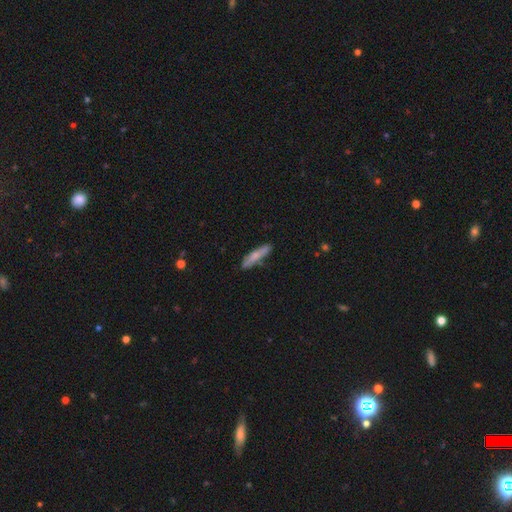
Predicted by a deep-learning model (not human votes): Smooth or featured?
  - smooth: 72% *
  - featured or disk: 22%
  - star or artifact: 6%
How rounded?
  - cigar-shaped: 83% *
  - in between: 15%
  - round: 2%
Merging?
  - none: 78% *
  - minor disturbance: 16%
  - major disturbance: 3%
  - merger: 3%